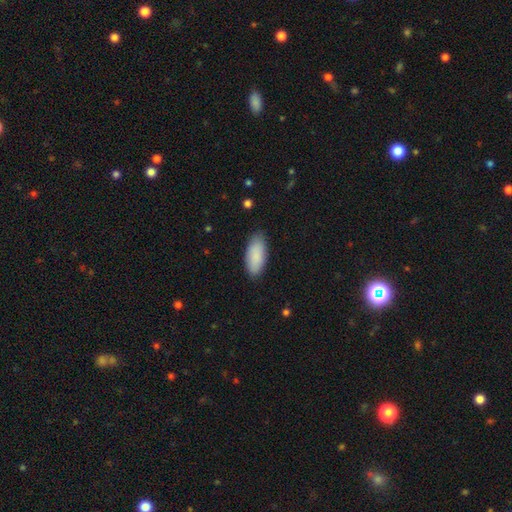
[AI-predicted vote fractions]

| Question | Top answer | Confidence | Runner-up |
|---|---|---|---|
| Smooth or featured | smooth | 89% | star or artifact (6%) |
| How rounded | in between | 86% | cigar-shaped (12%) |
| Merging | none | 84% | minor disturbance (12%) |